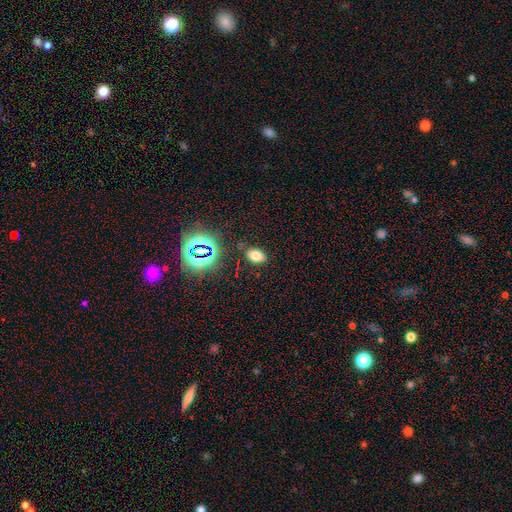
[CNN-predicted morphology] smooth-or-featured: smooth: 70% | star or artifact: 22% | featured or disk: 9%
  how-rounded: in between: 85% | round: 13% | cigar-shaped: 2%
  merging: none: 84% | minor disturbance: 10% | major disturbance: 3% | merger: 2%